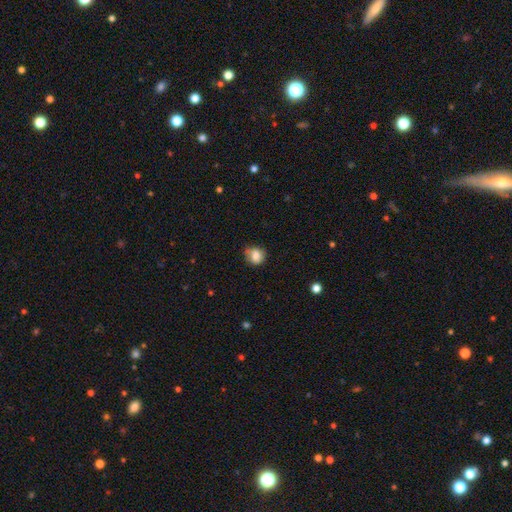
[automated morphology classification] Smooth or featured? smooth (80%)
How rounded? round (67%)
Merging? none (64%)